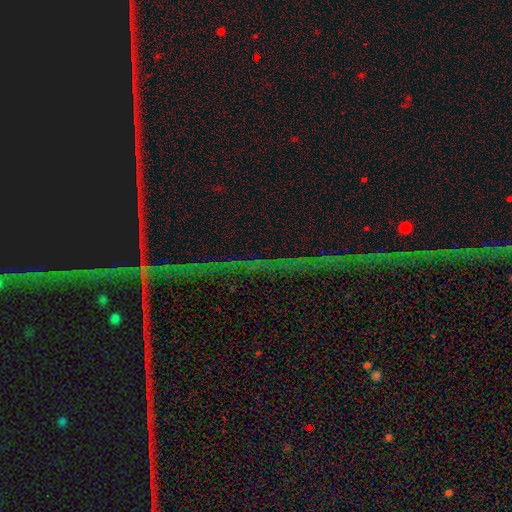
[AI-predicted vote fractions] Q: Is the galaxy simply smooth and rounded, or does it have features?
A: star or artifact — 78%.